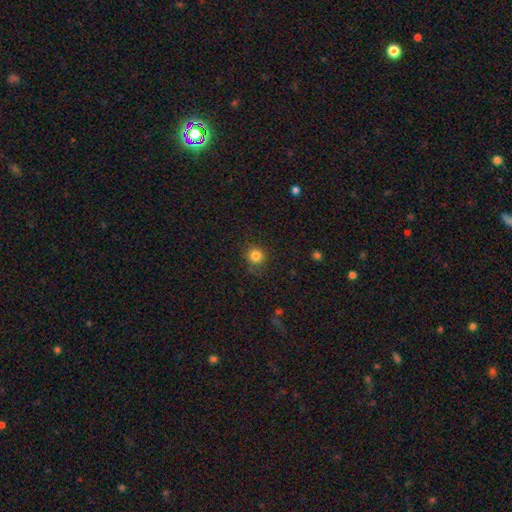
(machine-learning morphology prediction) smooth_or_featured: smooth (p=0.83) [alt: star or artifact p=0.12]
how_rounded: round (p=0.91) [alt: in between p=0.08]
merging: none (p=0.85) [alt: minor disturbance p=0.11]